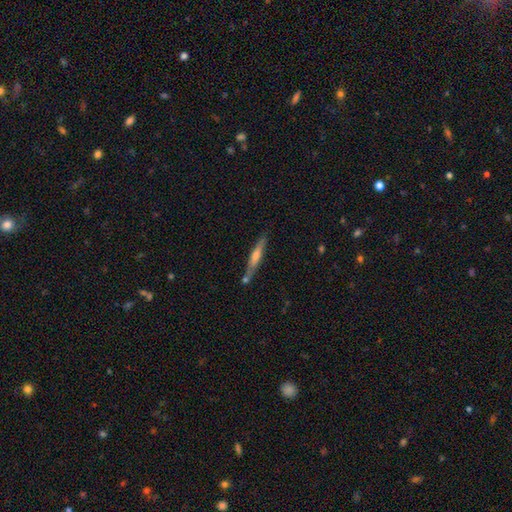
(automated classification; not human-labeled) A featured or disk galaxy (65%) viewed edge-on (96%) with a rounded central bulge (76%).

Vote fractions:
- Smooth or featured? featured or disk: 65% / smooth: 29% / star or artifact: 7%
- Edge-on disk? yes: 96% / no: 4%
- Edge-on bulge? rounded: 76% / none: 16% / boxy: 9%
- Merging? none: 82% / minor disturbance: 10% / merger: 5% / major disturbance: 2%